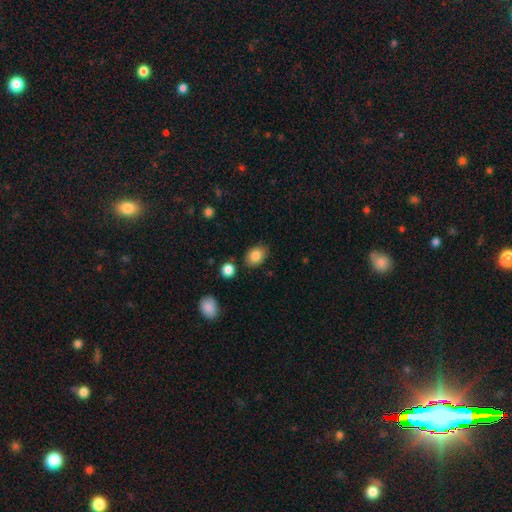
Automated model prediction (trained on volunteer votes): The model was most divided on "how rounded": in between: 68%, round: 31%, cigar-shaped: 1%. More confident: smooth or featured — smooth (85%); merging — none (80%).